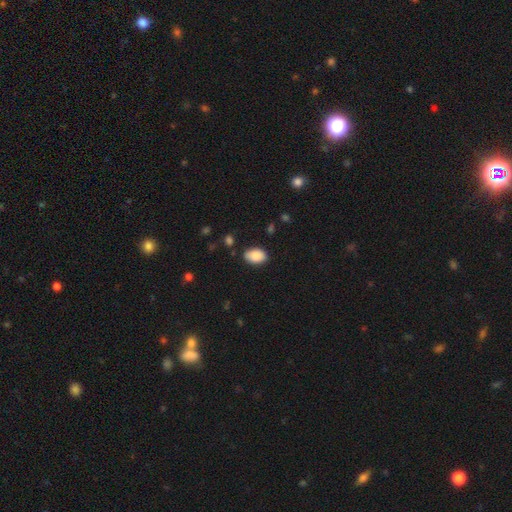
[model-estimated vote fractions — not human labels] Q: Smooth or featured?
A: smooth (87%); runner-up: star or artifact (7%)
Q: How rounded?
A: in between (90%); runner-up: round (9%)
Q: Merging?
A: none (84%); runner-up: minor disturbance (12%)